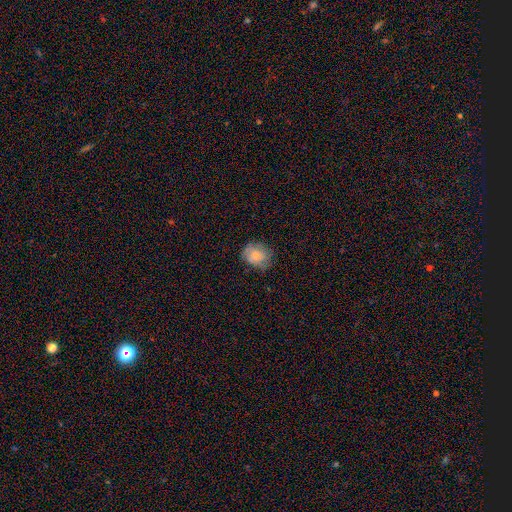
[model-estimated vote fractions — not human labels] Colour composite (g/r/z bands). It shows a smooth galaxy with no disk features (77%) that is round (63%). Merging: none (69%).